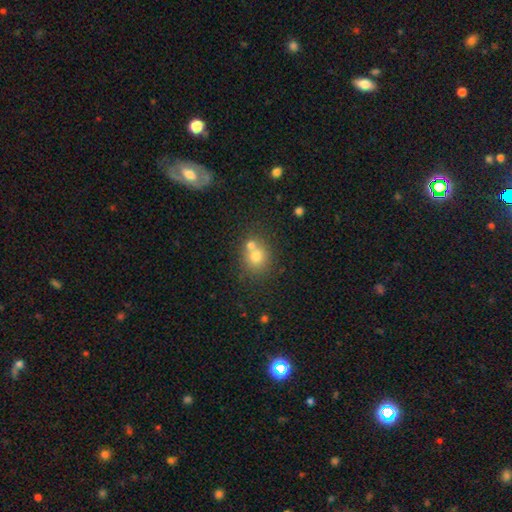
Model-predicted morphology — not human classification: smooth_or_featured: smooth (p=0.72) [alt: featured or disk p=0.14]
how_rounded: round (p=0.79) [alt: in between p=0.20]
merging: none (p=0.49) [alt: merger p=0.39]